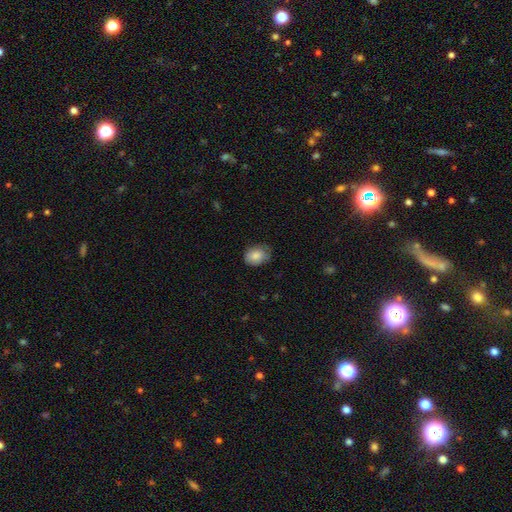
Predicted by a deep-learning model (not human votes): This is clearly a smooth galaxy (83%). How rounded: possibly in between (54%). Merging: likely none (67%).